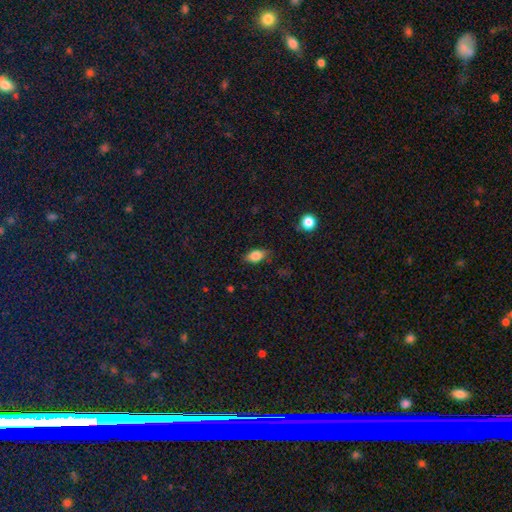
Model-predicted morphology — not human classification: smooth-or-featured: smooth: 81% | featured or disk: 10% | star or artifact: 9%
  how-rounded: in between: 85% | round: 10% | cigar-shaped: 5%
  merging: none: 77% | minor disturbance: 18% | major disturbance: 4% | merger: 1%